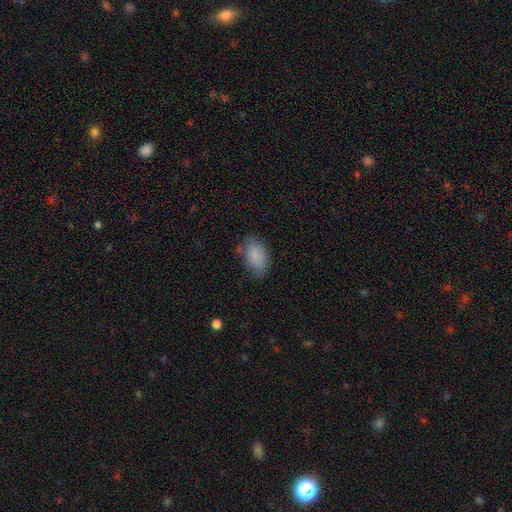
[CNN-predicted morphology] type=smooth (87%); roundness=in between (89%); merging=none (71%).